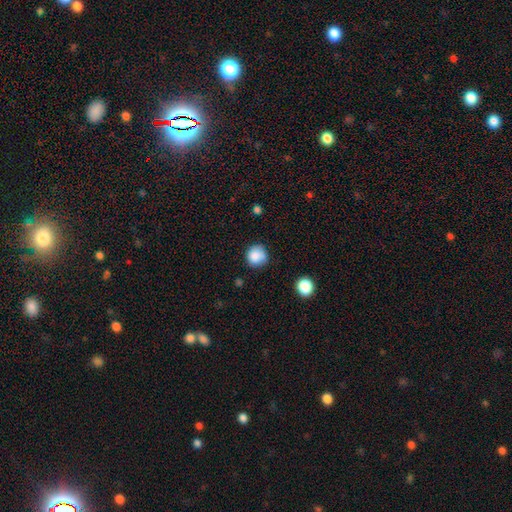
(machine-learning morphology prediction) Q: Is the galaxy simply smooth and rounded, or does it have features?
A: smooth — 85%.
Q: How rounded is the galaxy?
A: round — 90%.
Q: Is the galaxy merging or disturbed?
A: none — 72%.